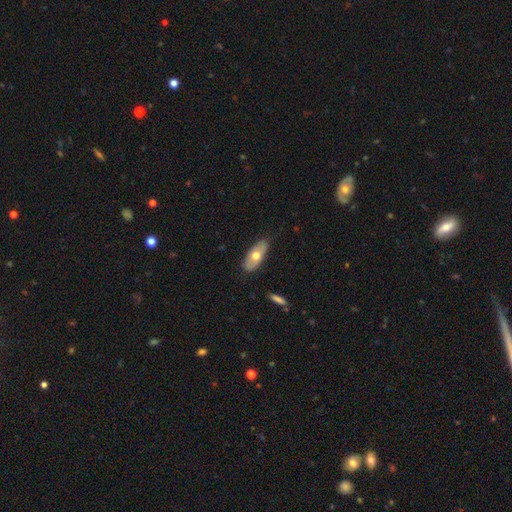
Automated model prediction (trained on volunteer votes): This appears to be a smooth galaxy with no disk features (62%) that is in between round and cigar-shaped (83%). Merging: none (82%).